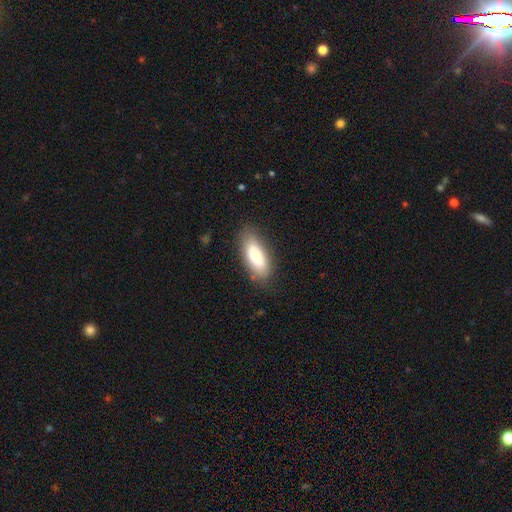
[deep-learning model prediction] A smooth galaxy with no disk features (67%) that is in between round and cigar-shaped (80%).

Vote fractions:
- Smooth or featured? smooth: 67% / featured or disk: 26% / star or artifact: 7%
- How rounded? in between: 80% / cigar-shaped: 17% / round: 3%
- Merging? none: 82% / minor disturbance: 13% / major disturbance: 4% / merger: 1%